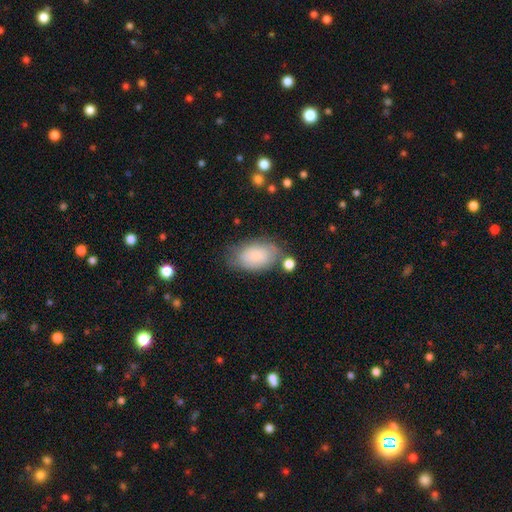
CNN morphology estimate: Overall: smooth (78%). How rounded: in between (94%). Merging: none (61%; minor disturbance 24%).